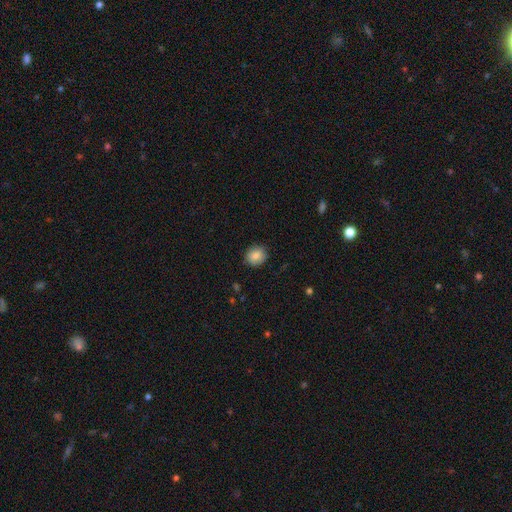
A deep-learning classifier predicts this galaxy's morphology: smooth 83%, star or artifact 8%, featured or disk 8%. Down the decision tree: how rounded — round (77%); merging — none (86%).